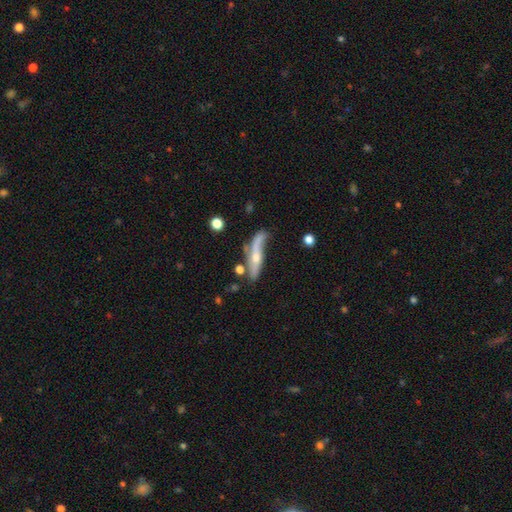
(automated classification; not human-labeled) Smooth or featured: featured or disk — 57% (smooth — 37%)
Edge-on disk: yes — 62% (no — 38%)
Merging: none — 44% (minor disturbance — 28%)